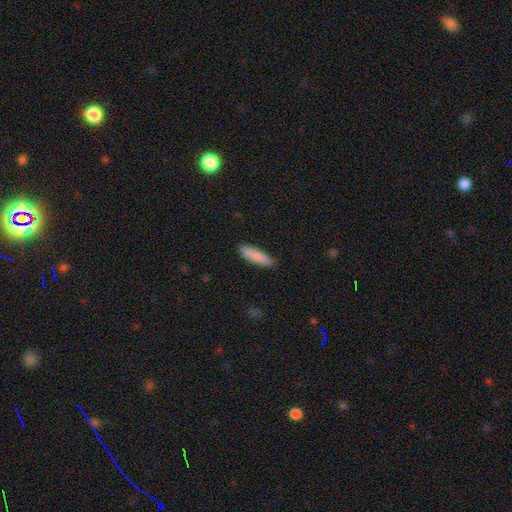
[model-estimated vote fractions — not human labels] smooth-or-featured: smooth: 88% | featured or disk: 6% | star or artifact: 6%
  how-rounded: cigar-shaped: 71% | in between: 27% | round: 1%
  merging: none: 88% | minor disturbance: 9% | major disturbance: 2% | merger: 1%